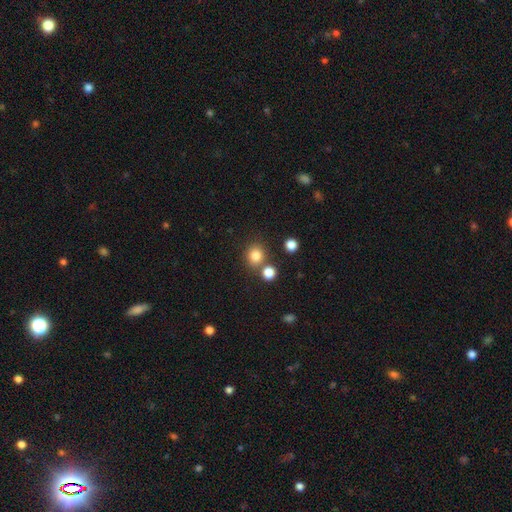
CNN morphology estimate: smooth 82%, star or artifact 13%, featured or disk 5%. Down the decision tree: how rounded — round (83%); merging — none (73%).